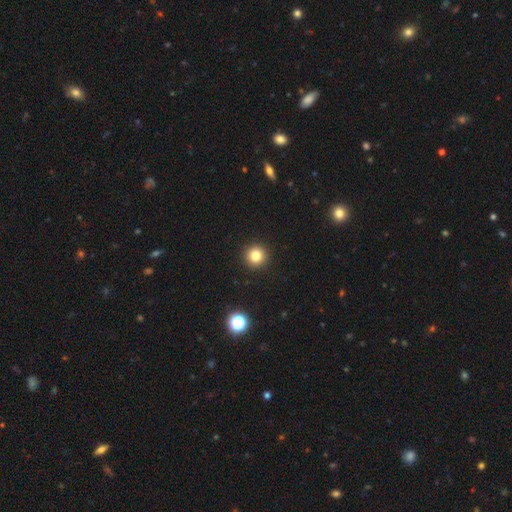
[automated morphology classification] smooth 80%, star or artifact 13%, featured or disk 6%. Down the decision tree: how rounded — round (96%); merging — none (93%).